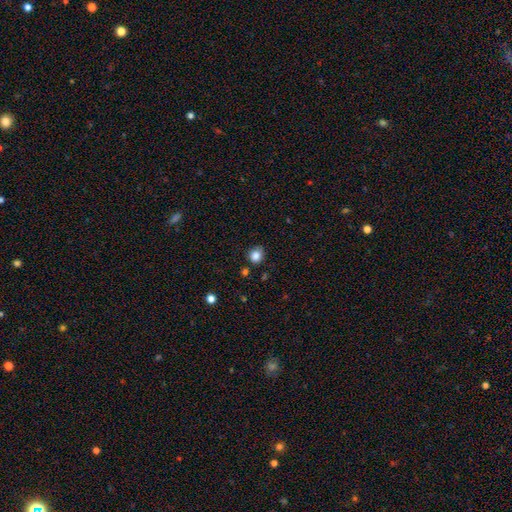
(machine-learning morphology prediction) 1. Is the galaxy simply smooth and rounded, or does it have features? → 84% smooth, 11% star or artifact, 5% featured or disk.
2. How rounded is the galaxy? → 86% round, 14% in between, 1% cigar-shaped.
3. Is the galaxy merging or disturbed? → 81% none, 13% minor disturbance, 3% major disturbance, 3% merger.